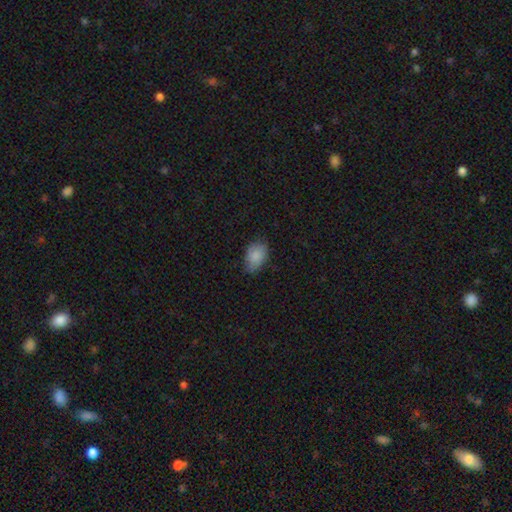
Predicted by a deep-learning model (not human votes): Overall: smooth (86%). How rounded: in between (83%). Merging: none (66%; minor disturbance 27%).